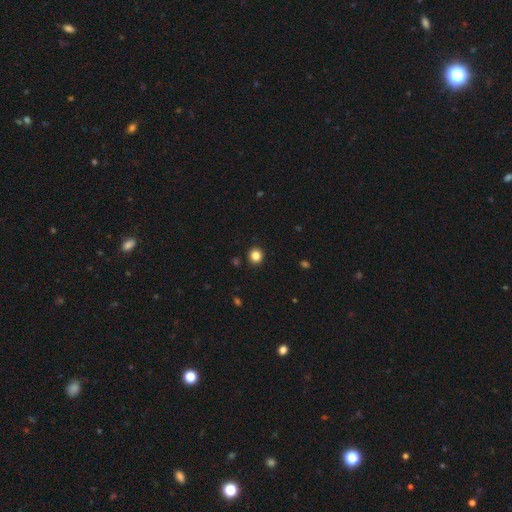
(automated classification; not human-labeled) This is clearly a smooth galaxy (84%). How rounded: clearly round (91%). Merging: clearly none (92%).